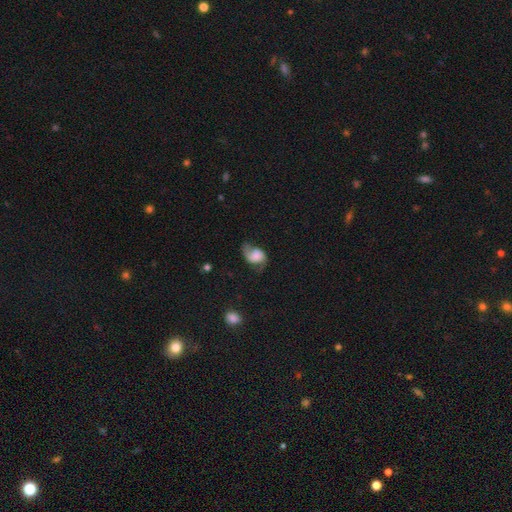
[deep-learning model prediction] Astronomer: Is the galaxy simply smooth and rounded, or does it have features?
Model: featured or disk — 63%.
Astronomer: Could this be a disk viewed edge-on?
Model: no — 97%.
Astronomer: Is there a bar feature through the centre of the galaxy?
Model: no — 61%.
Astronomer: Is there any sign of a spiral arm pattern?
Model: yes — 92%.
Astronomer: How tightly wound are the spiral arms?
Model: loose — 53% (runner-up: medium, 35%).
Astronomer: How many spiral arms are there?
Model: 2 — 76%.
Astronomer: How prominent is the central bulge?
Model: none — 28% (runner-up: large, 22%).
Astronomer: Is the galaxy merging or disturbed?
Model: none — 50% (runner-up: minor disturbance, 26%).